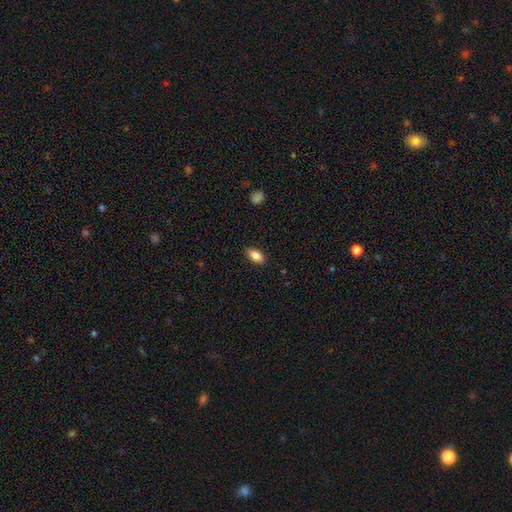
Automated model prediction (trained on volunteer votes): Smooth or featured: smooth — 85% (star or artifact — 7%)
How rounded: in between — 90% (cigar-shaped — 7%)
Merging: none — 87% (minor disturbance — 10%)